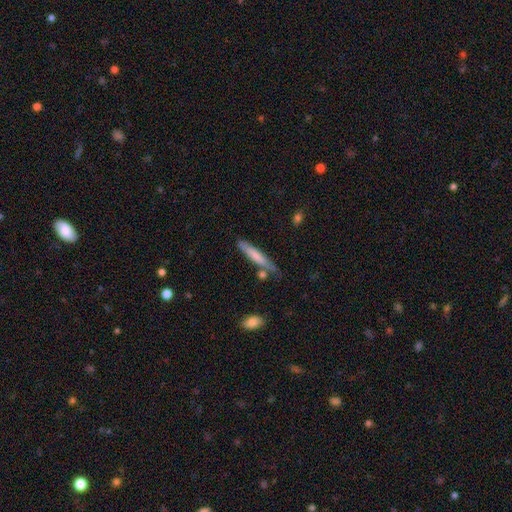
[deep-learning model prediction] smooth-or-featured: smooth: 68% | featured or disk: 26% | star or artifact: 6%
  how-rounded: cigar-shaped: 92% | in between: 7% | round: 1%
  merging: none: 70% | minor disturbance: 19% | merger: 6% | major disturbance: 4%